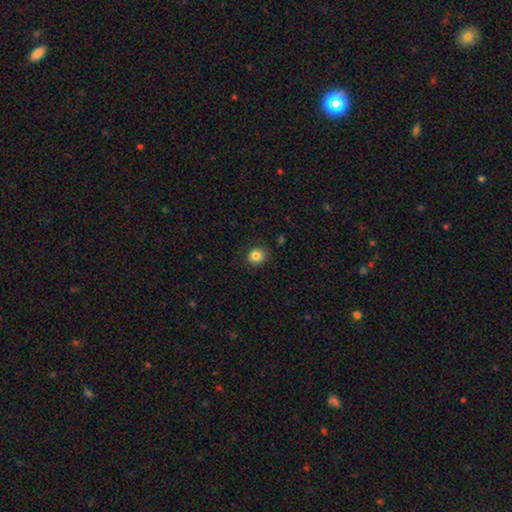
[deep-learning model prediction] Smooth or featured? Predicted: smooth (p=0.84). How rounded? Predicted: round (p=0.84). Merging? Predicted: none (p=0.88).